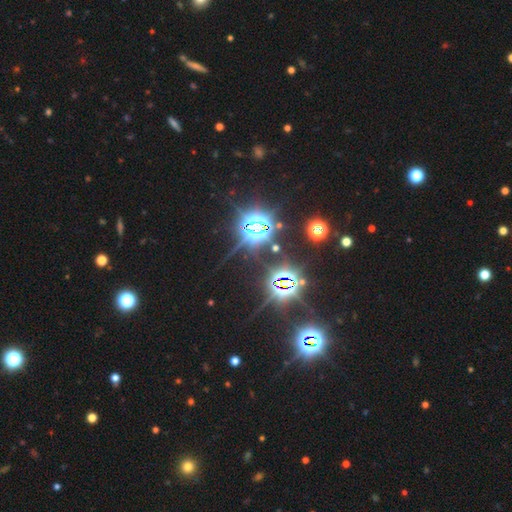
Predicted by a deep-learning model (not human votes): Q: Smooth or featured?
A: star or artifact (82%); runner-up: smooth (12%)